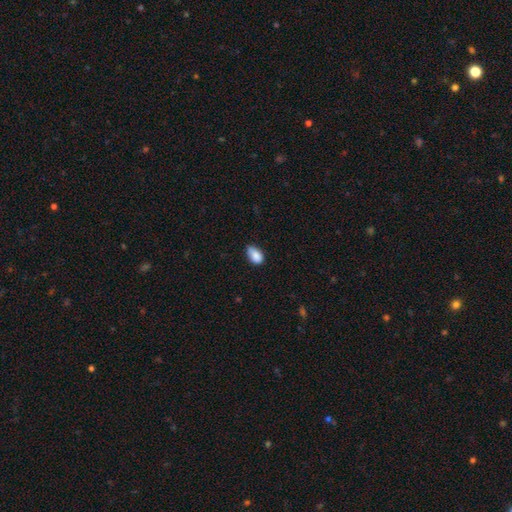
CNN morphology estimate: This appears to be a smooth galaxy with no disk features (85%) that is in between round and cigar-shaped (91%). Merging: none (56%).